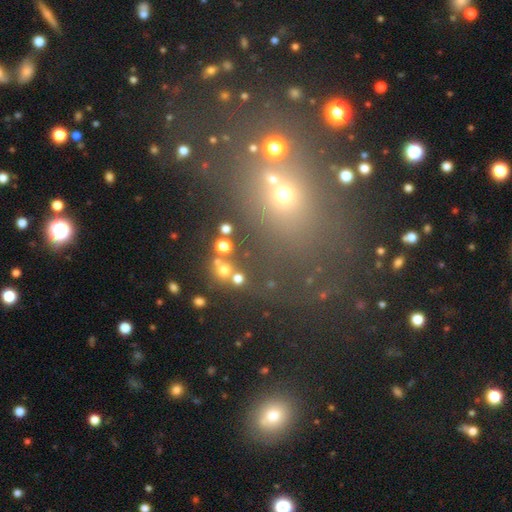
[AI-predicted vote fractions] Morphology: type=smooth (44%); merging=none (65%).